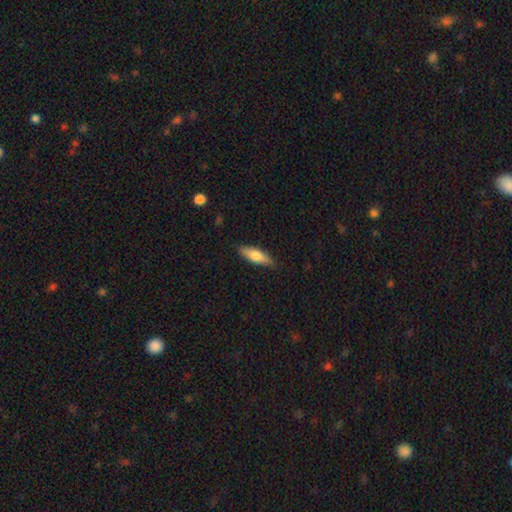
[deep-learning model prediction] Smooth or featured?
  - smooth: 66% *
  - featured or disk: 29%
  - star or artifact: 6%
How rounded?
  - cigar-shaped: 51% *
  - in between: 46%
  - round: 2%
Merging?
  - none: 85% *
  - minor disturbance: 12%
  - major disturbance: 2%
  - merger: 1%